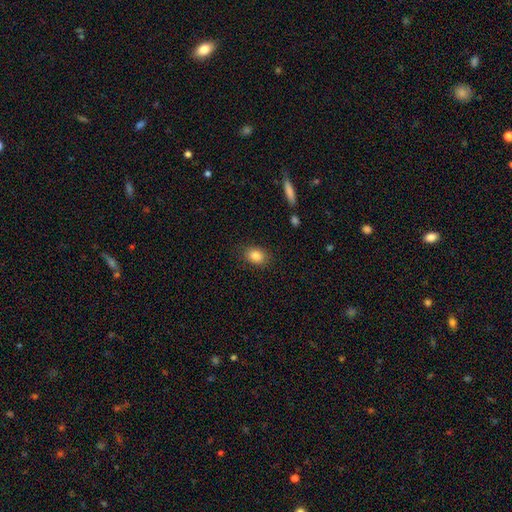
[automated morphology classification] smooth 85%, star or artifact 9%, featured or disk 6%. Down the decision tree: how rounded — in between (68%); merging — none (85%).